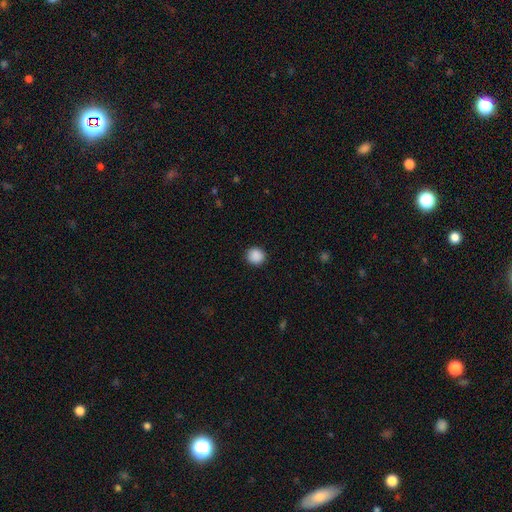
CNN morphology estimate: Smooth or featured? Predicted: smooth (p=0.89). How rounded? Predicted: round (p=0.91). Merging? Predicted: none (p=0.91).